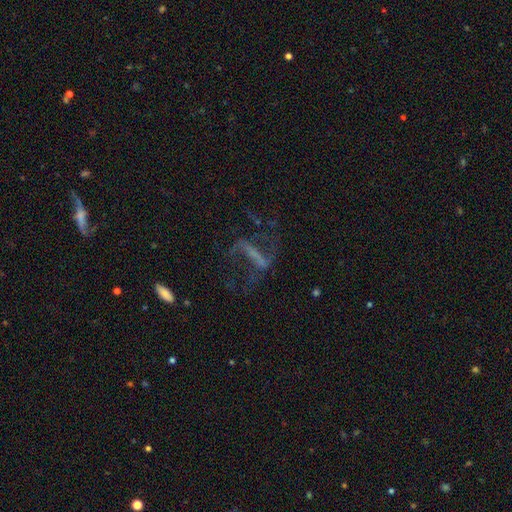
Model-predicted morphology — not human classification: Smooth or featured? Predicted: featured or disk (p=0.68). Edge-on disk? Predicted: no (p=0.88). Bar? Predicted: strong (p=0.62). Spiral arms? Predicted: yes (p=0.69). Bulge size? Predicted: none (p=0.66). Merging? Predicted: none (p=0.50).